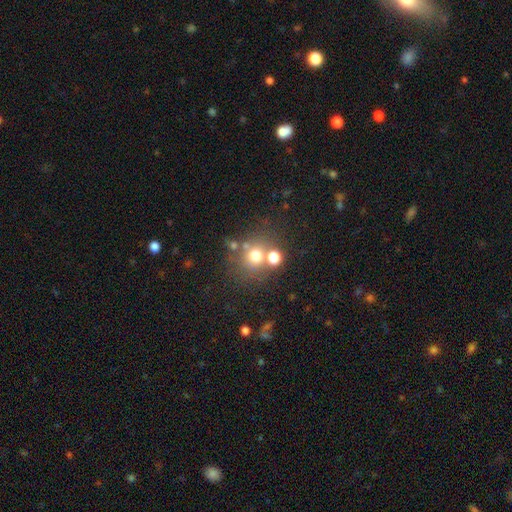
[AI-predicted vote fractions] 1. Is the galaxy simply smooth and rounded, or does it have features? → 68% smooth, 18% star or artifact, 14% featured or disk.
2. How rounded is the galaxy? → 85% round, 14% in between, 1% cigar-shaped.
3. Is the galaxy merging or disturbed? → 57% none, 28% merger, 9% minor disturbance, 6% major disturbance.